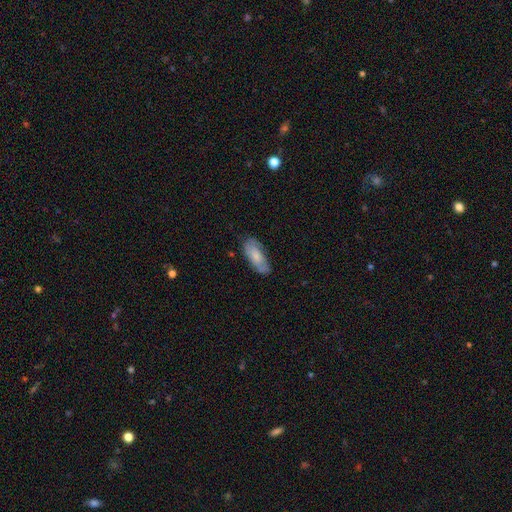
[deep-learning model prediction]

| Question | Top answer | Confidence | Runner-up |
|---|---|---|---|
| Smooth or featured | smooth | 62% | featured or disk (32%) |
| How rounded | in between | 78% | cigar-shaped (20%) |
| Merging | none | 73% | minor disturbance (21%) |